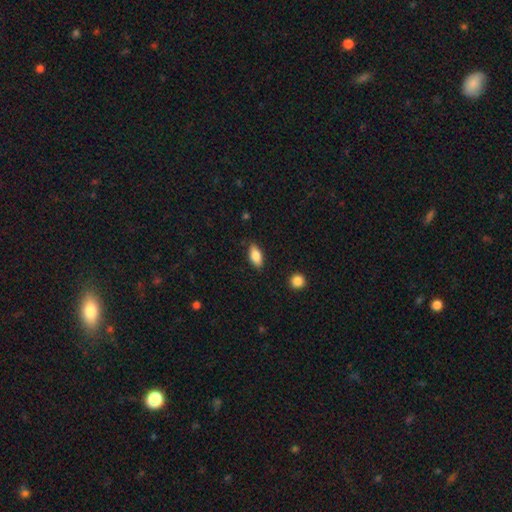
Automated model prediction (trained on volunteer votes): Smooth or featured? smooth (83%)
How rounded? in between (87%)
Merging? none (85%)